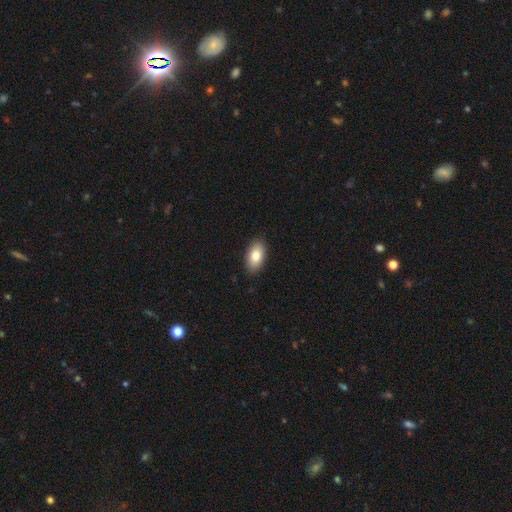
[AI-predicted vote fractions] Overall: smooth (83%). How rounded: in between (93%). Merging: none (89%).